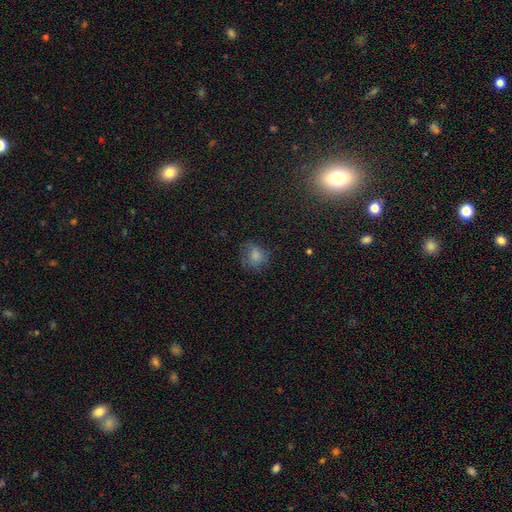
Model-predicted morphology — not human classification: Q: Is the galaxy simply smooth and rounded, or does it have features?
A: smooth — 73%.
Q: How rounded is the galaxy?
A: round — 70%.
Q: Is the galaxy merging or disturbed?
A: none — 65%.